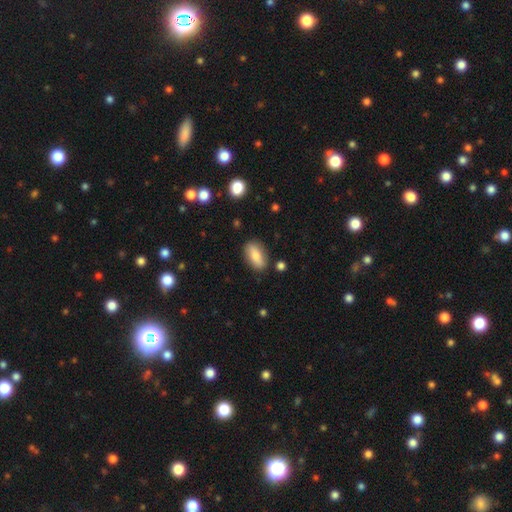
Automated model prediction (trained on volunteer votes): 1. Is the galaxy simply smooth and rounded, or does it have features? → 79% smooth, 14% featured or disk, 7% star or artifact.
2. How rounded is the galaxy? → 85% in between, 11% cigar-shaped, 4% round.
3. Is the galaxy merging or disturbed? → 83% none, 12% minor disturbance, 3% major disturbance, 2% merger.